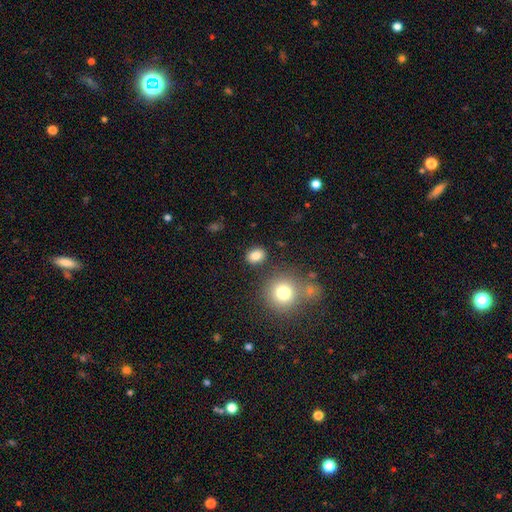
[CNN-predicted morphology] Q: Smooth or featured?
A: smooth (83%); runner-up: star or artifact (11%)
Q: How rounded?
A: in between (60%); runner-up: round (39%)
Q: Merging?
A: none (83%); runner-up: minor disturbance (9%)